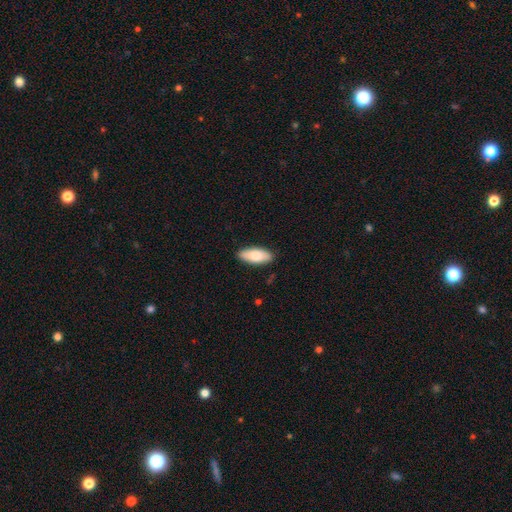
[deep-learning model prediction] The model was most divided on "smooth or featured": smooth: 80%, featured or disk: 14%, star or artifact: 5%. More confident: merging — none (88%); how rounded — in between (83%).